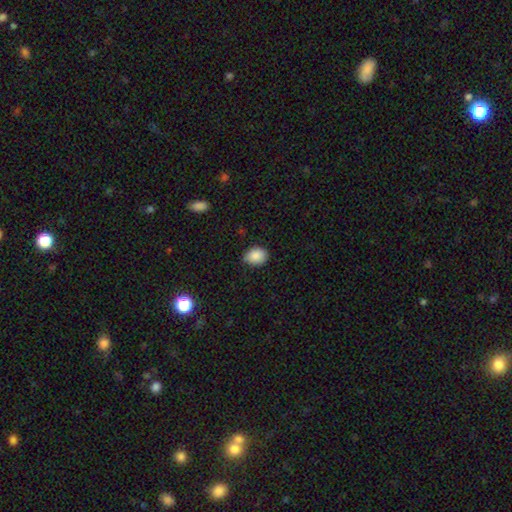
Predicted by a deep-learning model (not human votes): Overall: smooth (87%). How rounded: in between (59%; round 40%). Merging: none (72%).